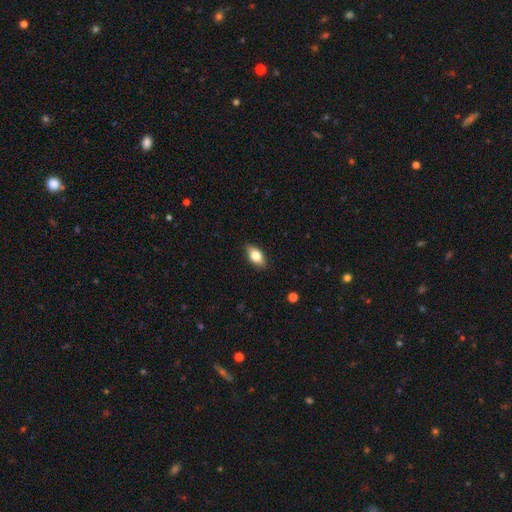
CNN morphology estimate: type=smooth (75%); roundness=in between (88%); merging=none (87%).